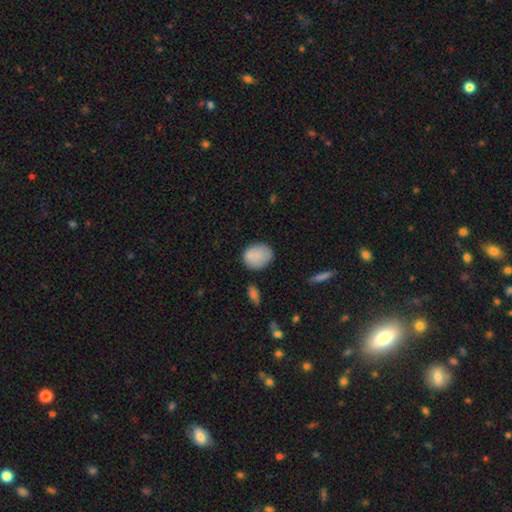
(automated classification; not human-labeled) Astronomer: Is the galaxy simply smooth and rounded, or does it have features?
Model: smooth — 86%.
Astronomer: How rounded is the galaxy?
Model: round — 53% (runner-up: in between, 46%).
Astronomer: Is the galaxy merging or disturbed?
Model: none — 72%.